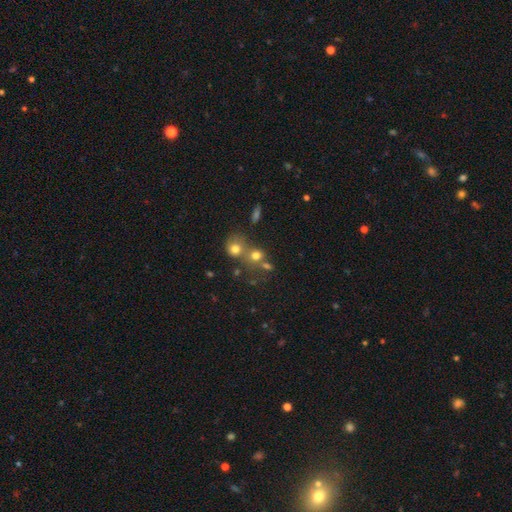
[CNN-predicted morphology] smooth 70%, star or artifact 17%, featured or disk 13%. Down the decision tree: how rounded — round (77%); merging — none (44%).